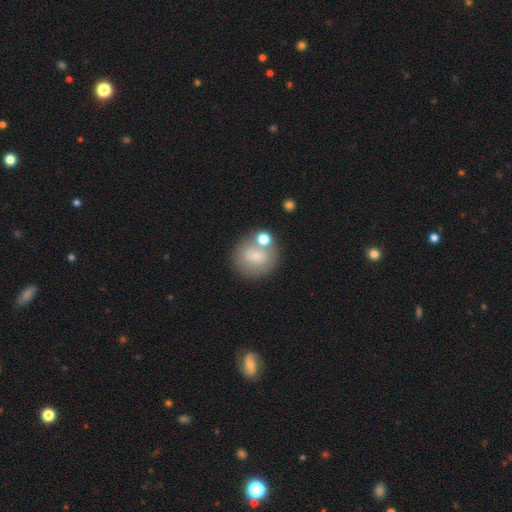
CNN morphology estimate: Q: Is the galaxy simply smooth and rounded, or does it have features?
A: smooth — 73%.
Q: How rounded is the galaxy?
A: round — 83%.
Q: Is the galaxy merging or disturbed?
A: none — 60%.